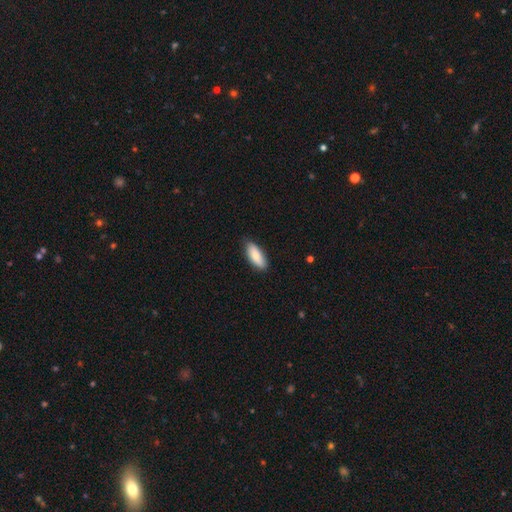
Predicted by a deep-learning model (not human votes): The model was most divided on "how rounded": in between: 78%, cigar-shaped: 20%, round: 2%. More confident: merging — none (82%); smooth or featured — smooth (81%).